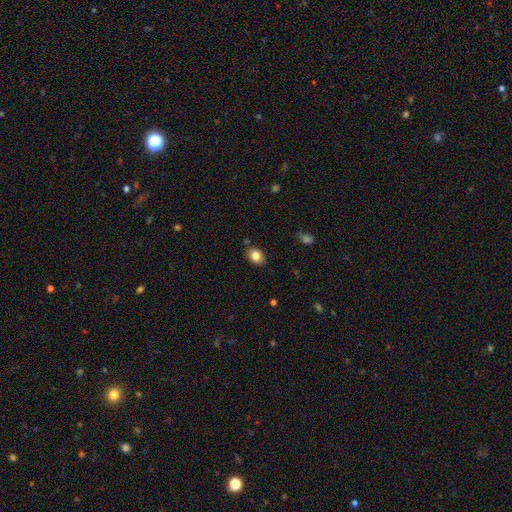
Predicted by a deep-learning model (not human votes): A smooth galaxy with no disk features (83%) that is in between round and cigar-shaped (69%). Merging: none (83%).